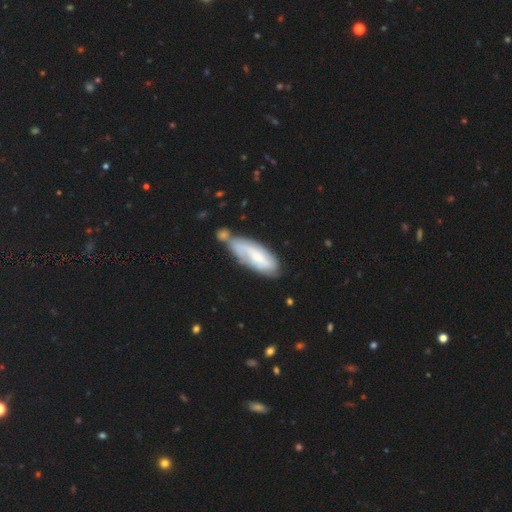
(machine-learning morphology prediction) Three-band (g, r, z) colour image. It shows a smooth galaxy with no disk features (47%, tied with featured or disk). Merging: none (42%).